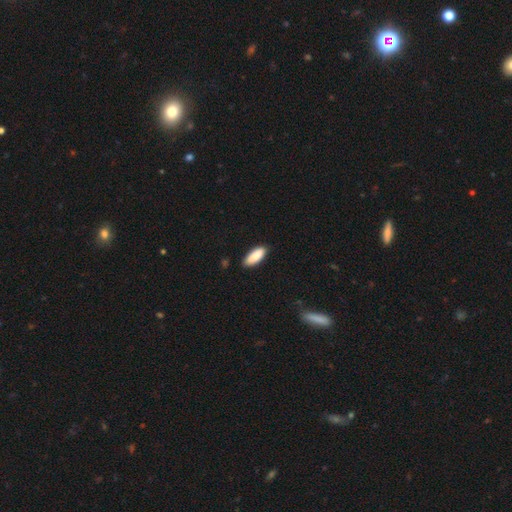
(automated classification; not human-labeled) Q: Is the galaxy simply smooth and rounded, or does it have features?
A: smooth — 90%.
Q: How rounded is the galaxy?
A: in between — 77%.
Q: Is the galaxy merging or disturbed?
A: none — 84%.